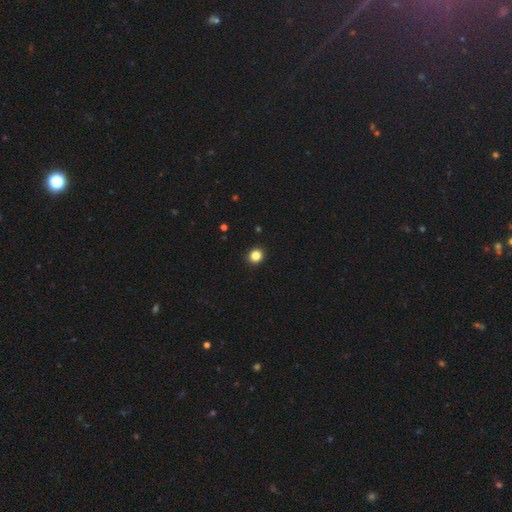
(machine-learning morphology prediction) smooth_or_featured: smooth (p=0.85) [alt: star or artifact p=0.12]
how_rounded: round (p=0.86) [alt: in between p=0.13]
merging: none (p=0.93) [alt: minor disturbance p=0.05]